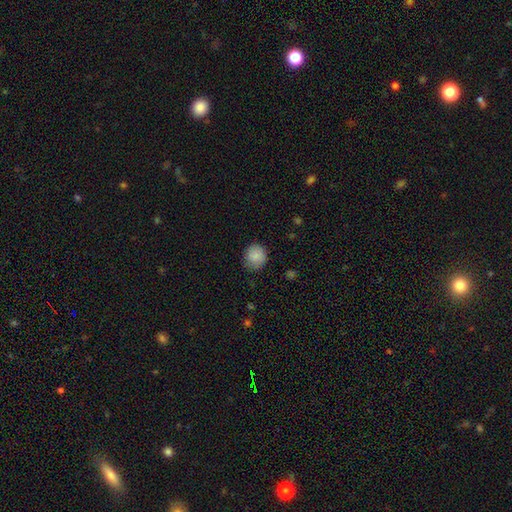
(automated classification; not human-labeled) Smooth or featured? smooth (85%)
How rounded? round (86%)
Merging? none (80%)